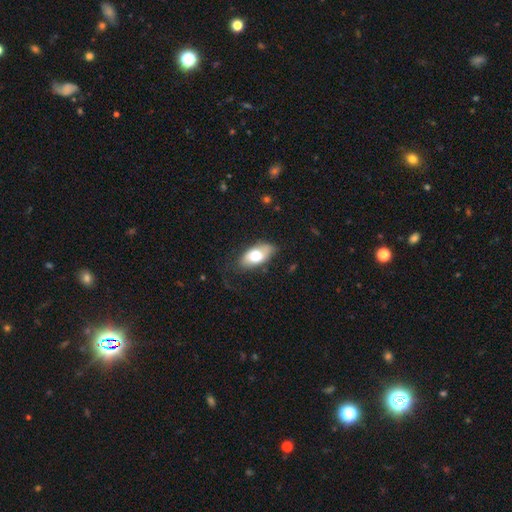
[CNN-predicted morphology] This is likely a smooth galaxy (71%). How rounded: clearly in between (90%). Merging: likely none (64%).